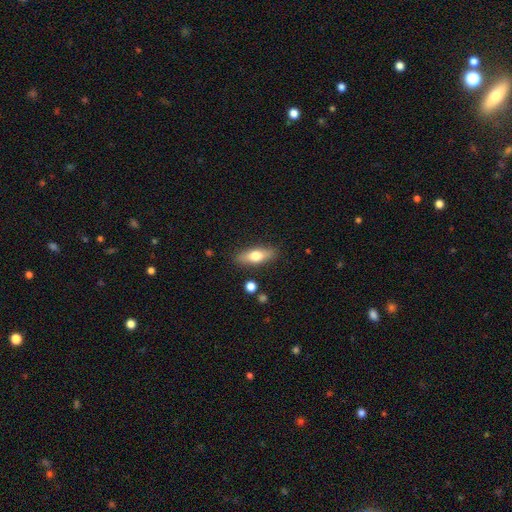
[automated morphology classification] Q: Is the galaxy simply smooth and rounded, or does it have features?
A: smooth — 66%.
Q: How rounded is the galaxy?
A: in between — 65%.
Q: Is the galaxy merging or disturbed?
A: none — 86%.